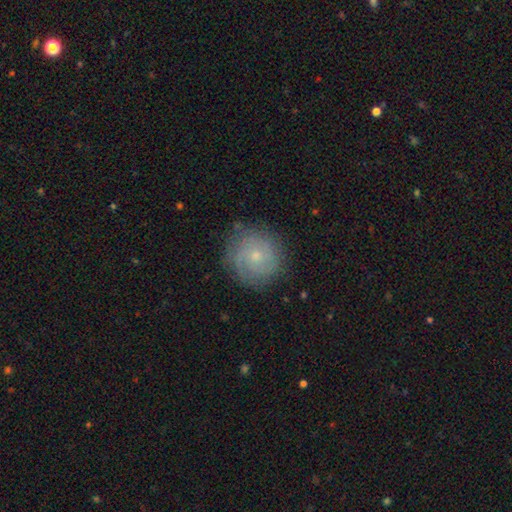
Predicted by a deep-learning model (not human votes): A featured or disk galaxy (57%) with no bar (81%), spiral arms (84%) and a small central bulge (69%). Merging: none (81%).